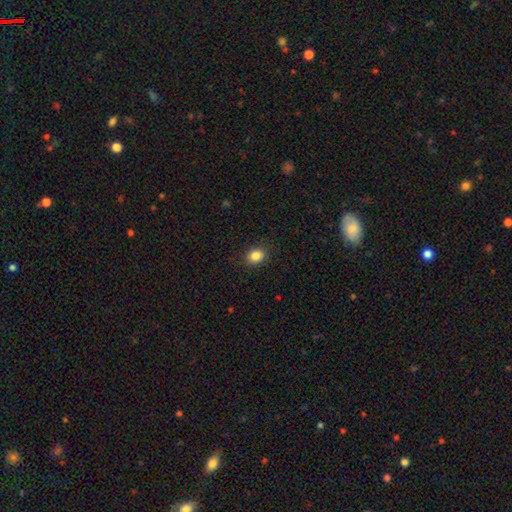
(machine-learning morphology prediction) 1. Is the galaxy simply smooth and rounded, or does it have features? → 86% smooth, 10% star or artifact, 4% featured or disk.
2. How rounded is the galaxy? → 50% in between, 49% round, 1% cigar-shaped.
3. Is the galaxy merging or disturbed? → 89% none, 8% minor disturbance, 2% major disturbance, 1% merger.